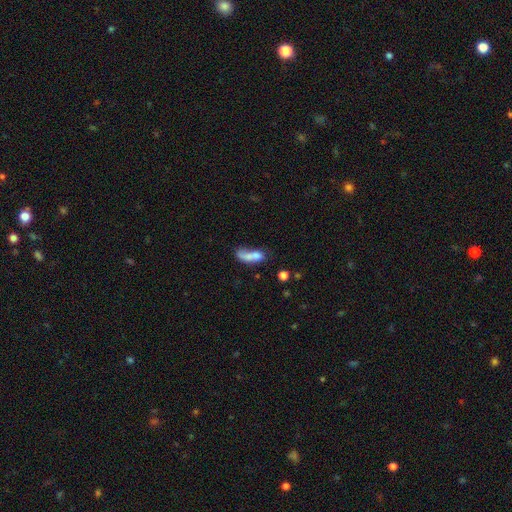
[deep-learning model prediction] Smooth or featured?
  - smooth: 65% *
  - featured or disk: 25%
  - star or artifact: 10%
How rounded?
  - in between: 65% *
  - cigar-shaped: 30%
  - round: 6%
Merging?
  - merger: 42% *
  - none: 25%
  - major disturbance: 18%
  - minor disturbance: 15%